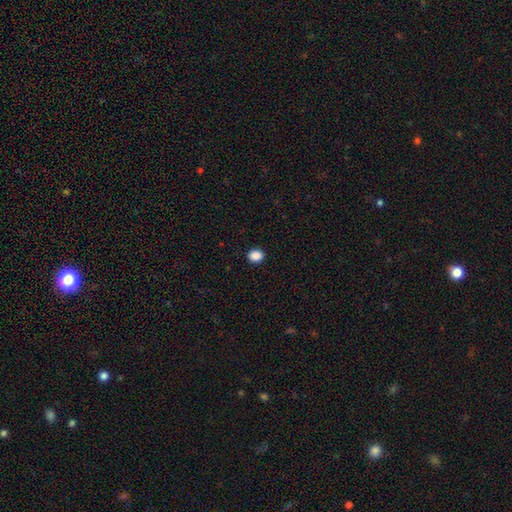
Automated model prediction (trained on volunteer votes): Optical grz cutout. It shows a smooth galaxy with no disk features (88%) that is round (58%). Merging: none (92%).